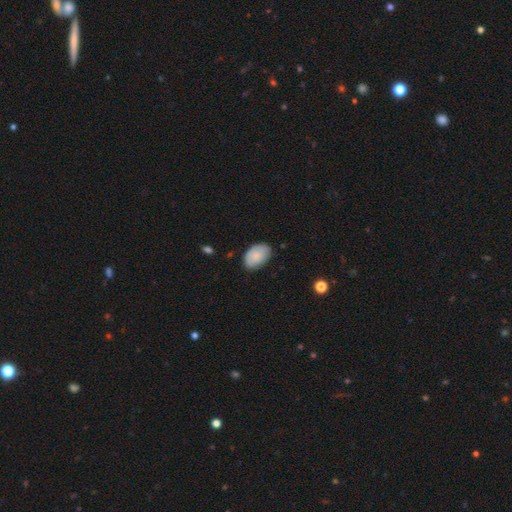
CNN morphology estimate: Q: Smooth or featured?
A: smooth (81%); runner-up: featured or disk (12%)
Q: How rounded?
A: in between (90%); runner-up: round (9%)
Q: Merging?
A: none (80%); runner-up: minor disturbance (16%)